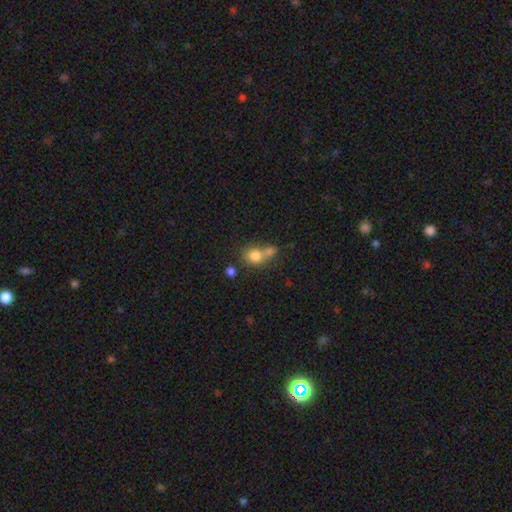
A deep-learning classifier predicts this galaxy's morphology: Smooth or featured: smooth — 78% (featured or disk — 12%)
How rounded: round — 68% (in between — 31%)
Merging: merger — 51% (none — 33%)